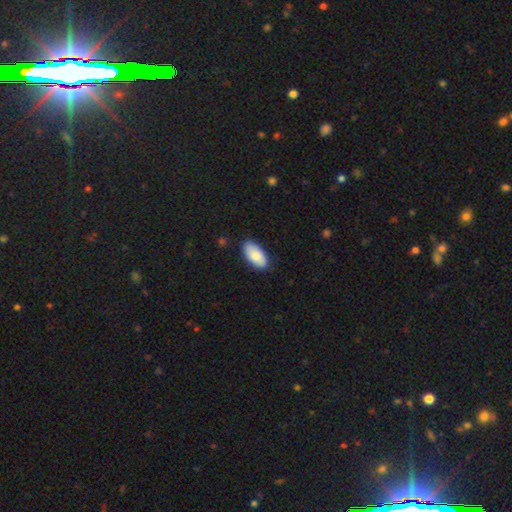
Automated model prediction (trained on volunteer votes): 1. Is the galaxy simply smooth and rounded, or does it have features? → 83% smooth, 11% featured or disk, 5% star or artifact.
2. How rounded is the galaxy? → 94% in between, 4% cigar-shaped, 2% round.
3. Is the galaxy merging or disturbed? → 85% none, 12% minor disturbance, 2% major disturbance, 1% merger.